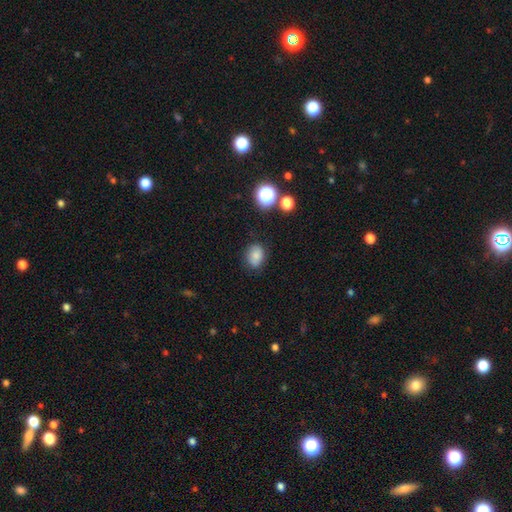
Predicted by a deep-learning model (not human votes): Overall: smooth (80%). How rounded: in between (57%; round 42%). Merging: none (79%).